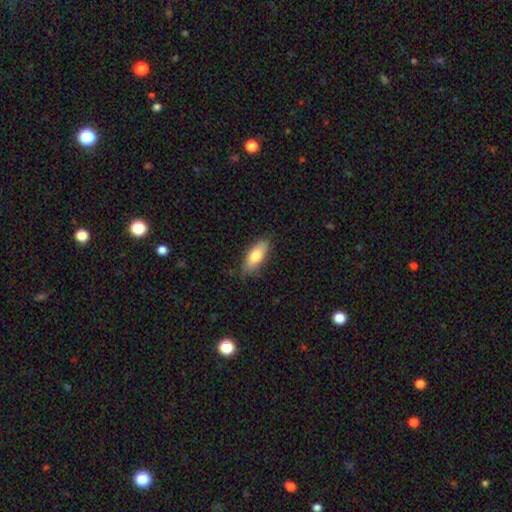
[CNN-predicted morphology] type=smooth (75%); roundness=in between (80%); merging=none (78%).